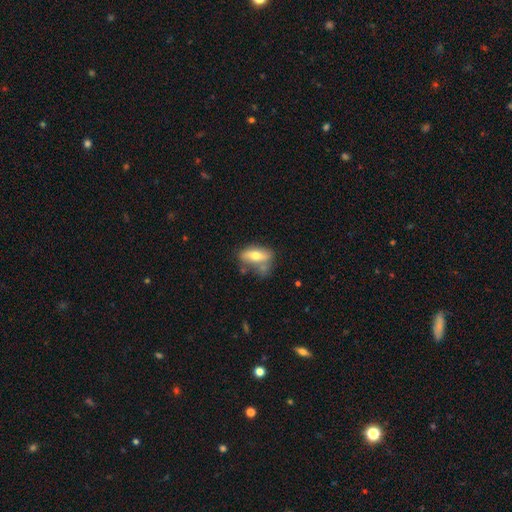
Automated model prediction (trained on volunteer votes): smooth 59%, featured or disk 33%, star or artifact 7%. Down the decision tree: how rounded — in between (75%); merging — none (51%).